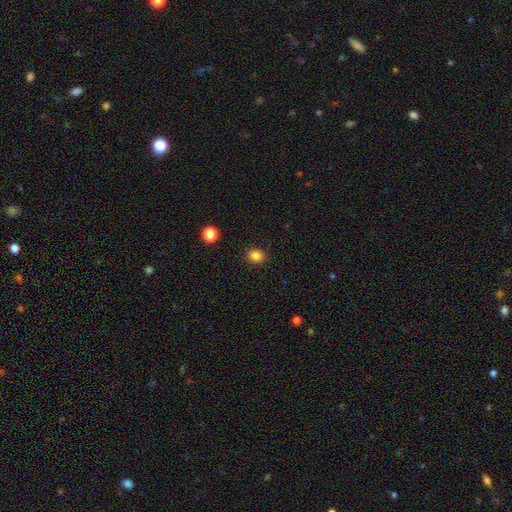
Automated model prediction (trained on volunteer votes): smooth-or-featured: smooth: 84% | star or artifact: 12% | featured or disk: 4%
  how-rounded: round: 74% | in between: 25% | cigar-shaped: 1%
  merging: none: 89% | minor disturbance: 7% | major disturbance: 2% | merger: 1%